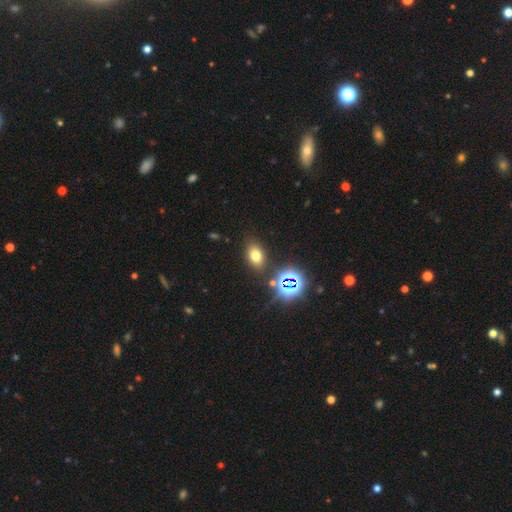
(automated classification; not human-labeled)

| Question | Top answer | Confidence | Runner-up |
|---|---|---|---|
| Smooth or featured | smooth | 67% | star or artifact (23%) |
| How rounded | in between | 78% | round (20%) |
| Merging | none | 83% | minor disturbance (10%) |